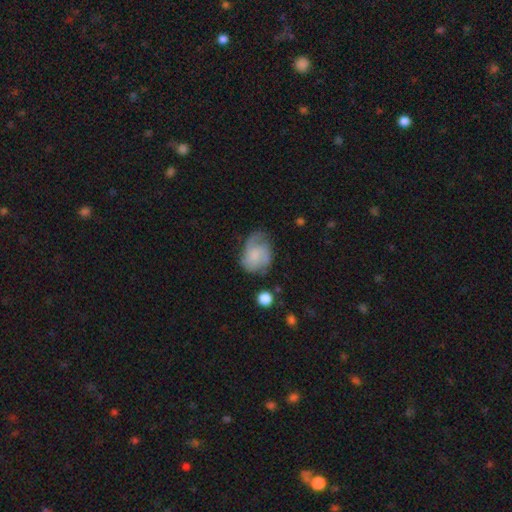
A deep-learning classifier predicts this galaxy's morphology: This is possibly a featured or disk galaxy (50%). It is clearly not viewed edge-on (97%). Merging: marginally none (44%).